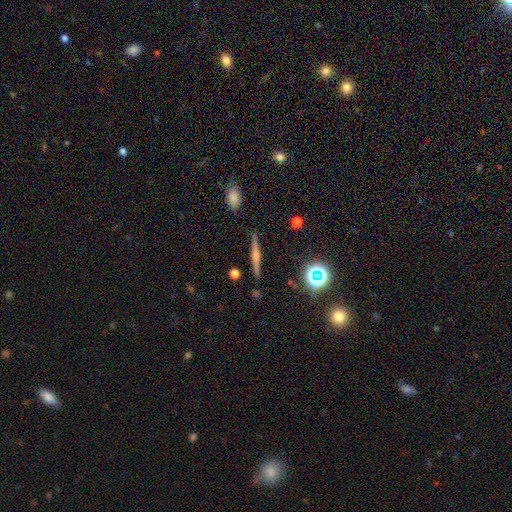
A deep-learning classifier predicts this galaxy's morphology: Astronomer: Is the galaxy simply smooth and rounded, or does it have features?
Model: featured or disk — 54% (runner-up: smooth, 34%).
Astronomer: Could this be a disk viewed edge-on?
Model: yes — 97%.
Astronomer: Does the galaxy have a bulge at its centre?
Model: rounded — 64%.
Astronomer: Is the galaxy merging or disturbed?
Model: none — 89%.